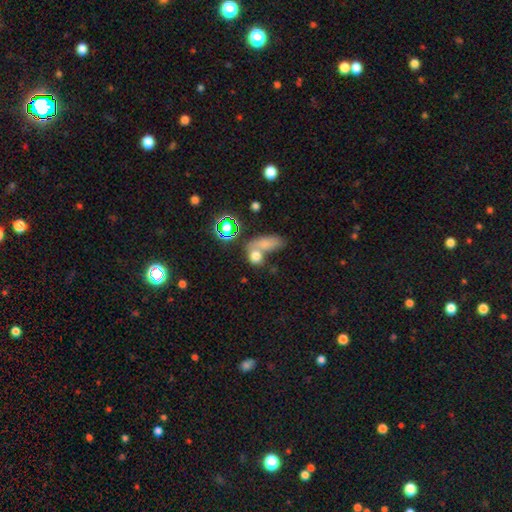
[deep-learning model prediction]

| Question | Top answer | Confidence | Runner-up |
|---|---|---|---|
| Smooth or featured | smooth | 73% | star or artifact (17%) |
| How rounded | in between | 50% | round (44%) |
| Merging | merger | 48% | none (37%) |